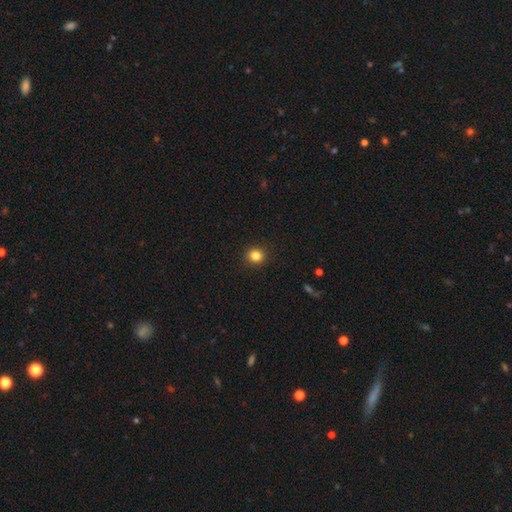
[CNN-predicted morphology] Overall: smooth (83%). How rounded: round (88%). Merging: none (91%).